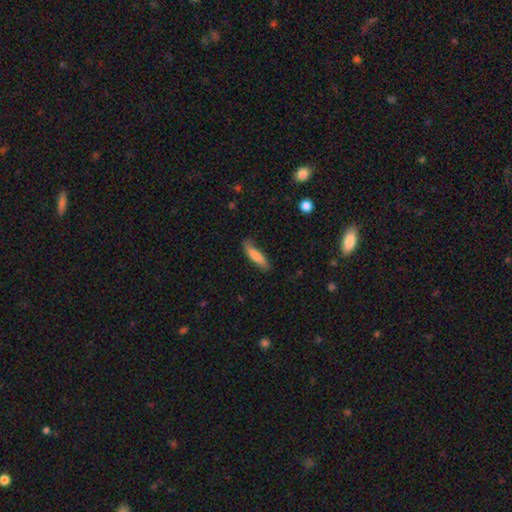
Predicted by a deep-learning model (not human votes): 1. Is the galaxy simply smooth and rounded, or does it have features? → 80% smooth, 14% featured or disk, 6% star or artifact.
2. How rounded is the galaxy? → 71% cigar-shaped, 27% in between, 1% round.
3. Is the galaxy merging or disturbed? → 73% none, 21% minor disturbance, 4% major disturbance, 2% merger.